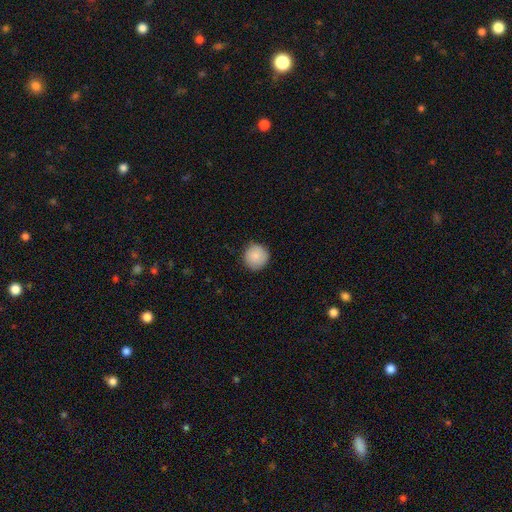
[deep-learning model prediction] Overall: smooth (86%). How rounded: round (95%). Merging: none (89%).